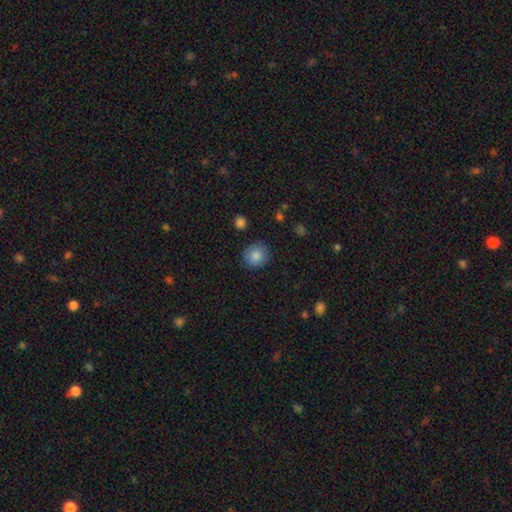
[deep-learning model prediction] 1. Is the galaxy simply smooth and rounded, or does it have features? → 86% smooth, 8% star or artifact, 6% featured or disk.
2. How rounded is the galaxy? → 89% round, 10% in between, 1% cigar-shaped.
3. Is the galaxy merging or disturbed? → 87% none, 9% minor disturbance, 2% major disturbance, 1% merger.